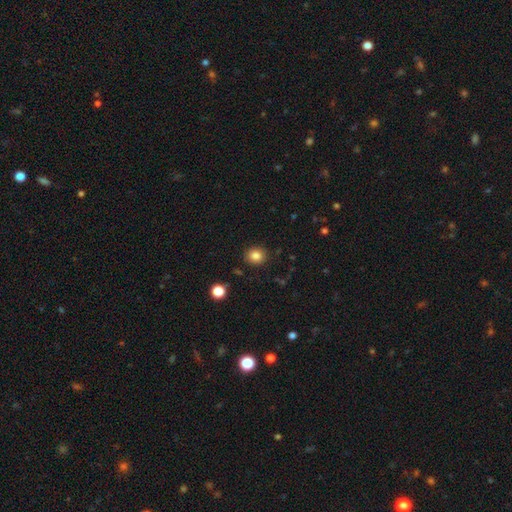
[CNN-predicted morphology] smooth_or_featured: smooth (p=0.84) [alt: star or artifact p=0.11]
how_rounded: round (p=0.80) [alt: in between p=0.19]
merging: none (p=0.89) [alt: minor disturbance p=0.07]